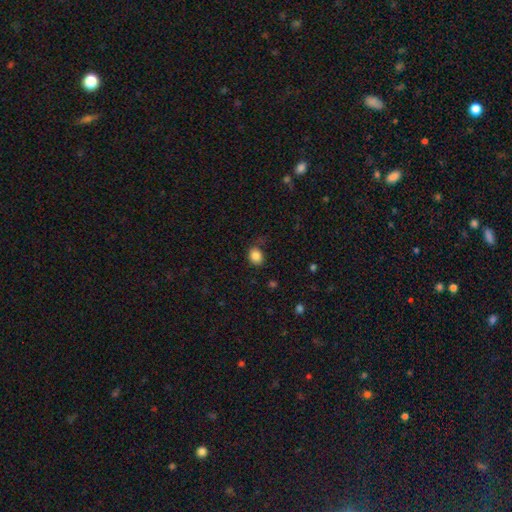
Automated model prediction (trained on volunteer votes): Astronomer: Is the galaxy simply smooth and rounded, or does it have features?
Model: smooth — 85%.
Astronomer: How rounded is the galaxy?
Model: round — 56% (runner-up: in between, 43%).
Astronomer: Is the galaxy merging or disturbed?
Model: none — 75%.